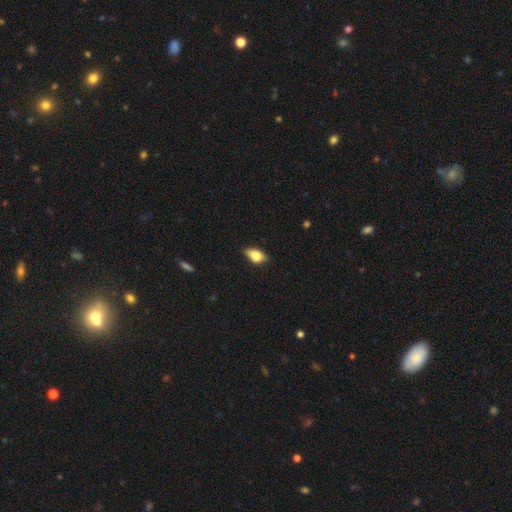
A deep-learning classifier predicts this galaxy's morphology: This is likely a smooth galaxy (79%). How rounded: clearly in between (86%). Merging: likely none (64%).